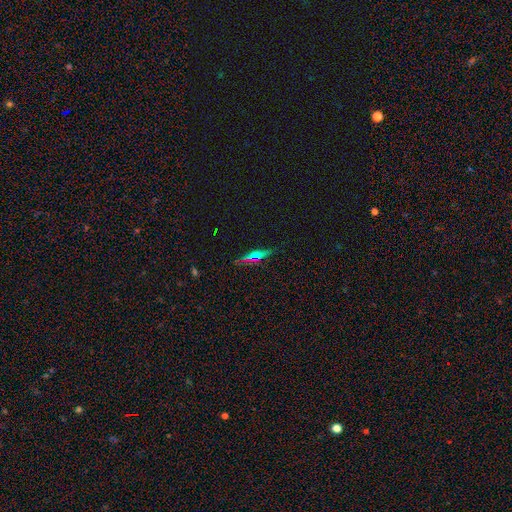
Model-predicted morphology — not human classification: Smooth or featured? featured or disk (44%)
Merging? none (85%)